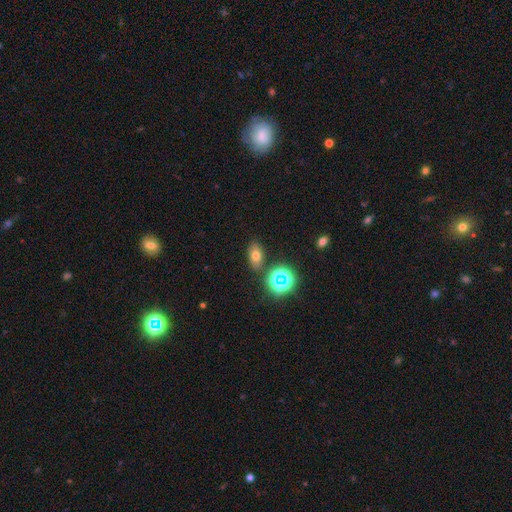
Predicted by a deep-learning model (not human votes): Smooth or featured? Predicted: smooth (p=0.63). How rounded? Predicted: in between (p=0.81). Merging? Predicted: none (p=0.83).